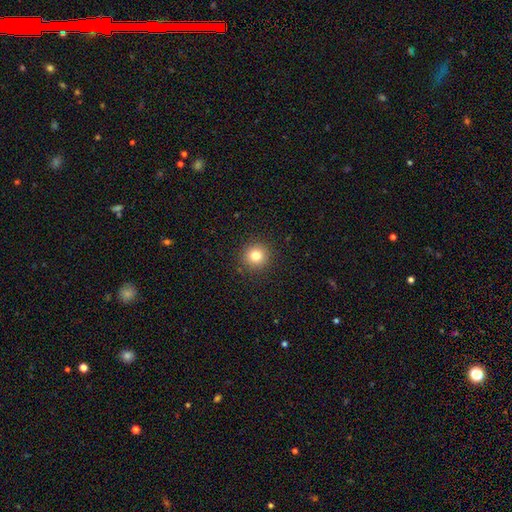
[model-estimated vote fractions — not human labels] Smooth or featured? Predicted: smooth (p=0.81). How rounded? Predicted: round (p=0.95). Merging? Predicted: none (p=0.91).